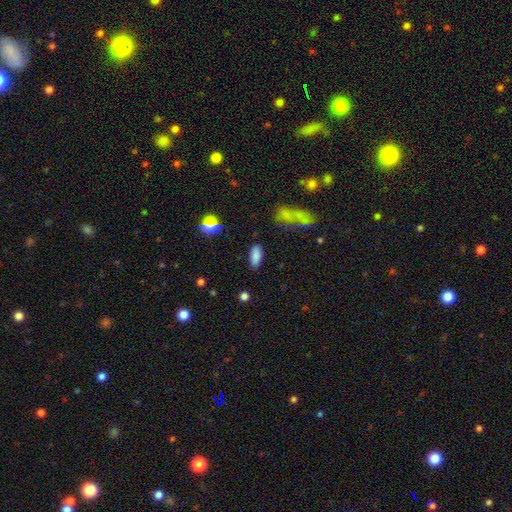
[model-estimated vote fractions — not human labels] Q: Smooth or featured?
A: smooth (83%); runner-up: star or artifact (10%)
Q: How rounded?
A: in between (85%); runner-up: cigar-shaped (12%)
Q: Merging?
A: none (84%); runner-up: minor disturbance (11%)